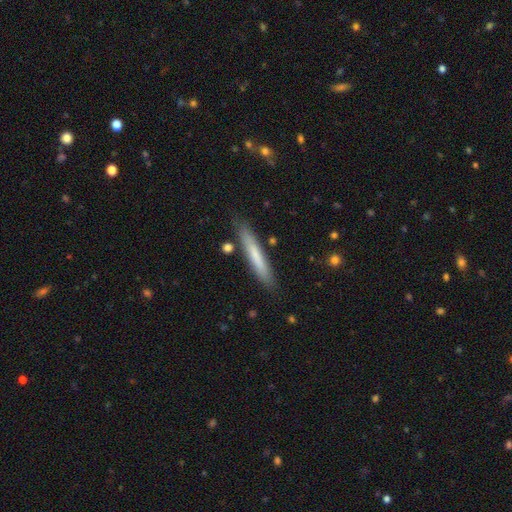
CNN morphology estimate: Smooth or featured?
  - smooth: 69% *
  - featured or disk: 26%
  - star or artifact: 6%
How rounded?
  - cigar-shaped: 94% *
  - in between: 5%
  - round: 1%
Merging?
  - none: 85% *
  - minor disturbance: 11%
  - merger: 2%
  - major disturbance: 2%